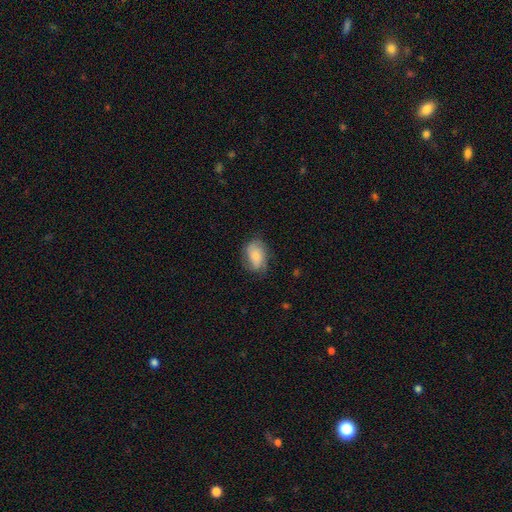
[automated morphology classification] A smooth galaxy with no disk features (63%) that is in between round and cigar-shaped (83%). Merging: none (60%).